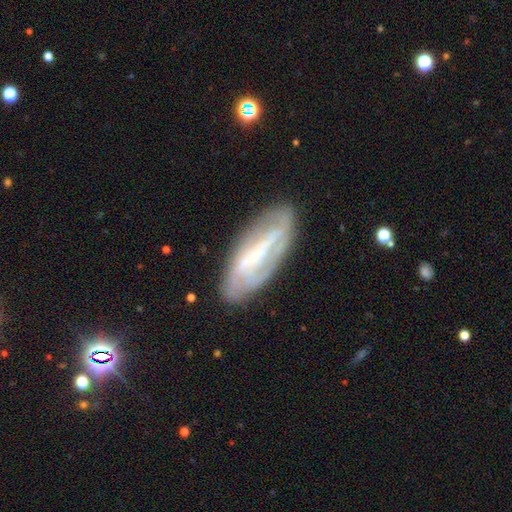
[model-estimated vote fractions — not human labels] Smooth or featured?
  - featured or disk: 64% *
  - smooth: 28%
  - star or artifact: 8%
Edge-on disk?
  - no: 81% *
  - yes: 19%
Bar?
  - strong: 49% *
  - weak: 27%
  - no: 23%
Spiral arms?
  - yes: 62% *
  - no: 38%
Bulge size?
  - none: 40% *
  - small: 35%
  - moderate: 18%
  - large: 5%
  - dominant: 2%
Merging?
  - none: 71% *
  - minor disturbance: 19%
  - major disturbance: 7%
  - merger: 2%